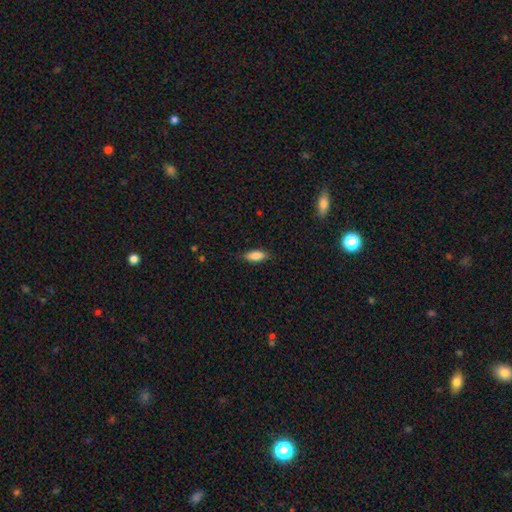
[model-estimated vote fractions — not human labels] Smooth or featured? smooth (85%)
How rounded? in between (77%)
Merging? none (83%)